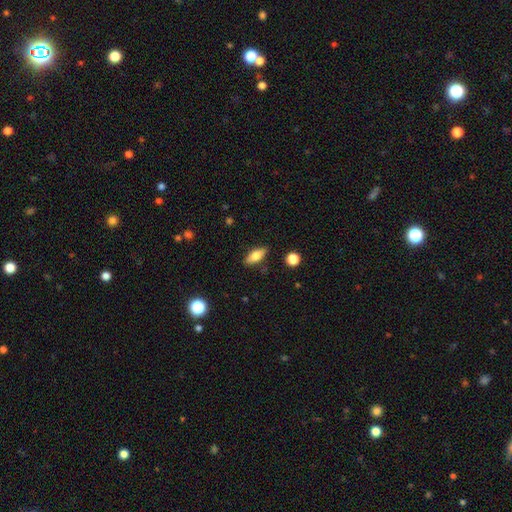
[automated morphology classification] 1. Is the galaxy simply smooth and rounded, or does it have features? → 74% smooth, 18% featured or disk, 8% star or artifact.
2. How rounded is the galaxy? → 77% in between, 19% cigar-shaped, 4% round.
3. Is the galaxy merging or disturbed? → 85% none, 10% minor disturbance, 2% major disturbance, 2% merger.